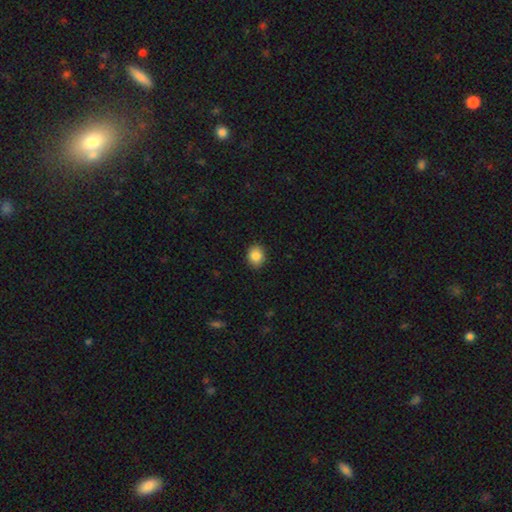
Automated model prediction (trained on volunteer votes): Smooth or featured? smooth (86%)
How rounded? round (63%)
Merging? none (90%)